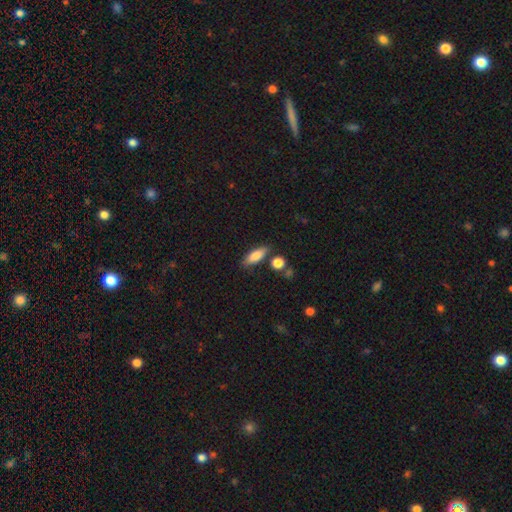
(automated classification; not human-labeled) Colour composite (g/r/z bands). It shows a smooth galaxy with no disk features (78%) that is in between round and cigar-shaped (60%). Merging: none (79%).